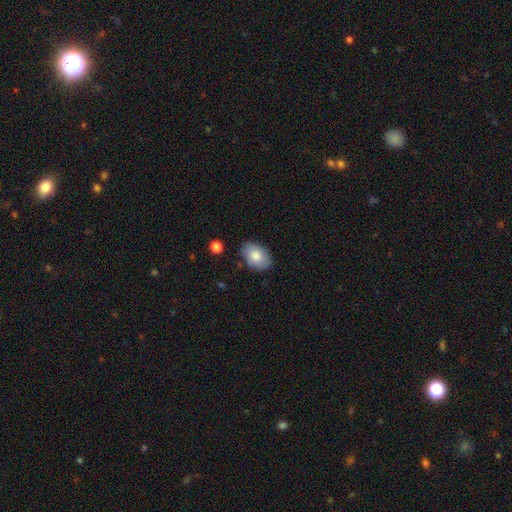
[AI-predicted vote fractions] smooth 82%, featured or disk 12%, star or artifact 6%. Down the decision tree: how rounded — in between (88%); merging — none (81%).